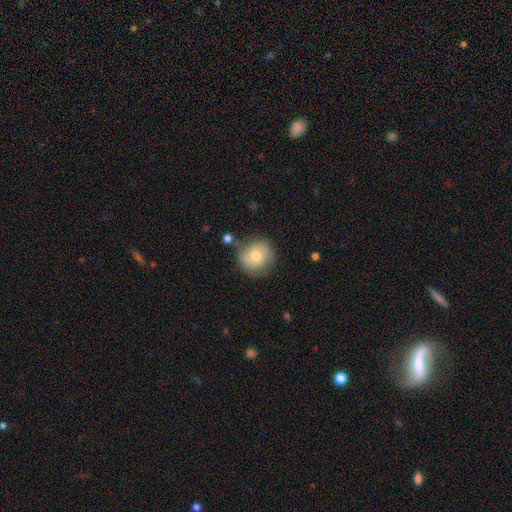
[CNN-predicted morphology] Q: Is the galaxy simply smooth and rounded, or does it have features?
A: smooth — 69%.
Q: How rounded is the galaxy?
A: round — 87%.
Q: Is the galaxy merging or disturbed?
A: none — 69%.